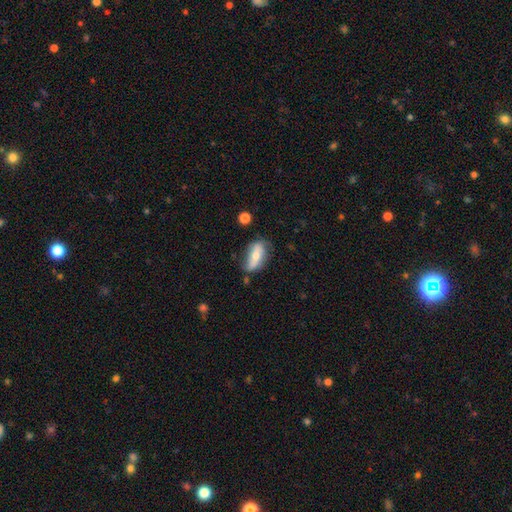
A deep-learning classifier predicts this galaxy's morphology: The model was most divided on "smooth or featured": smooth: 48%, featured or disk: 45%, star or artifact: 7%. More confident: merging — none (58%).